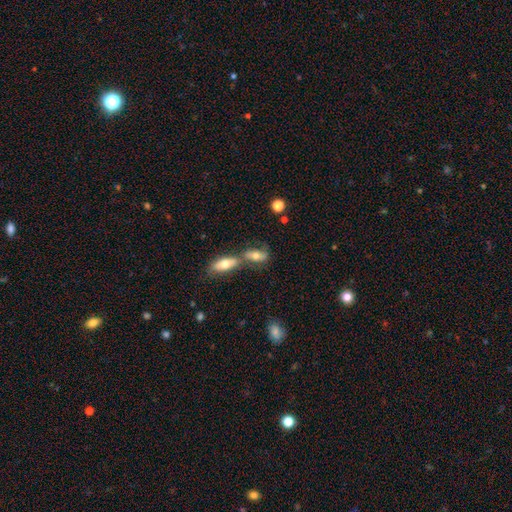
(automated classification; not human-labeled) Smooth or featured? smooth (61%)
How rounded? in between (78%)
Merging? merger (51%)